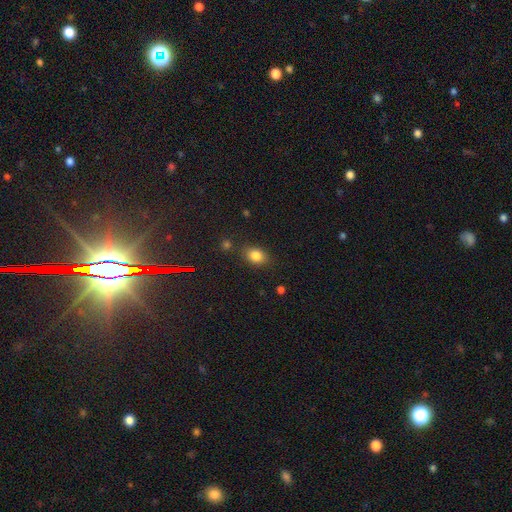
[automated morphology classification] smooth 82%, star or artifact 11%, featured or disk 7%. Down the decision tree: how rounded — in between (62%); merging — none (77%).